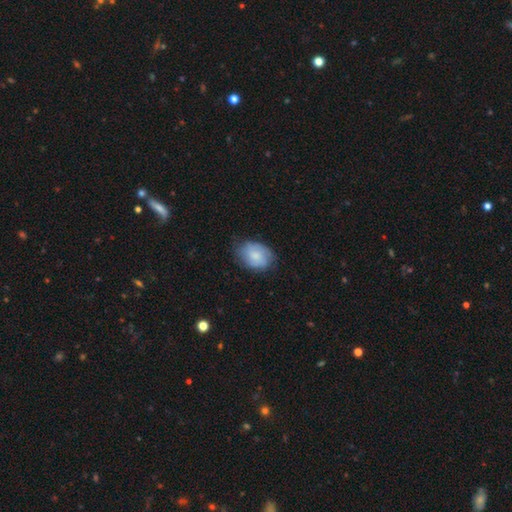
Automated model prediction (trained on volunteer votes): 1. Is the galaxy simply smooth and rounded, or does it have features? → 64% smooth, 29% featured or disk, 7% star or artifact.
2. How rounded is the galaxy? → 70% in between, 29% round, 1% cigar-shaped.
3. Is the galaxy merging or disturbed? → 69% none, 24% minor disturbance, 6% major disturbance, 1% merger.